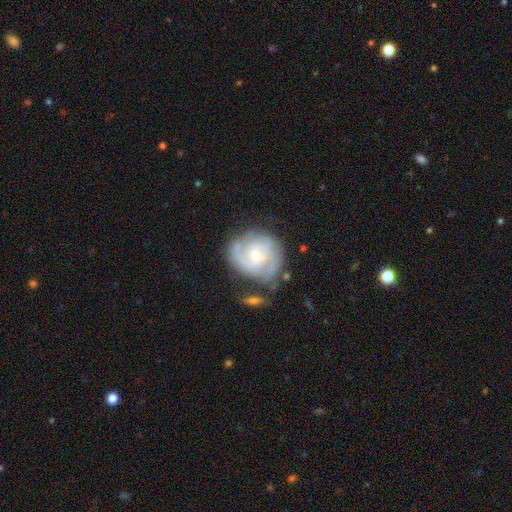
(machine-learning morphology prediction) featured or disk 77%, smooth 17%, star or artifact 6%. Down the decision tree: edge-on disk — no (98%); bar — no (67%); spiral arms — yes (92%); spiral arm count — 2 (46%); spiral winding — tight (52%); bulge size — small (58%); merging — none (62%).